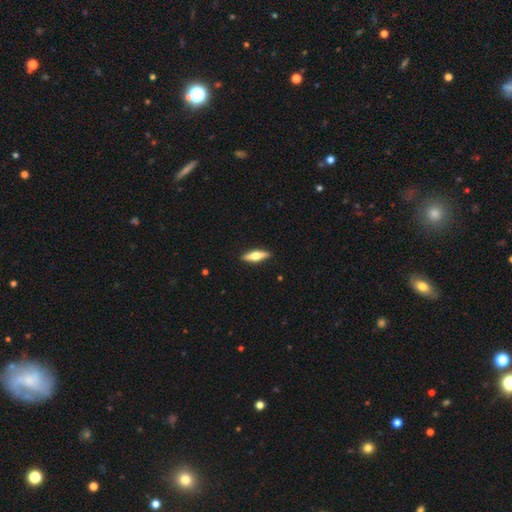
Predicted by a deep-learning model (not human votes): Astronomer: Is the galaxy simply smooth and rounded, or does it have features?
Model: featured or disk — 50% (runner-up: smooth, 44%).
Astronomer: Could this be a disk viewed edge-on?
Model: yes — 94%.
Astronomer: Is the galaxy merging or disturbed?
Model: none — 91%.